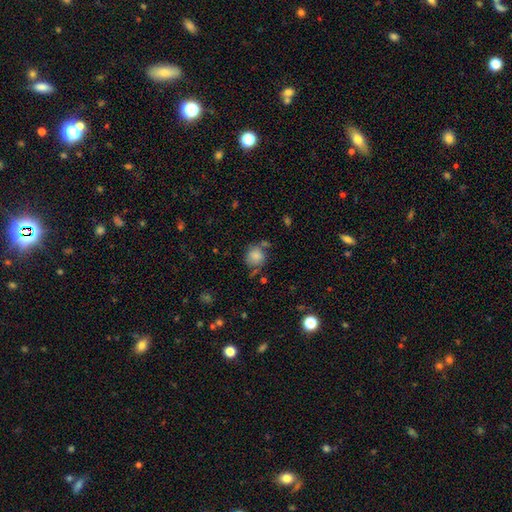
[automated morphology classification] smooth_or_featured: smooth (p=0.83) [alt: star or artifact p=0.09]
how_rounded: round (p=0.84) [alt: in between p=0.15]
merging: none (p=0.63) [alt: minor disturbance p=0.19]